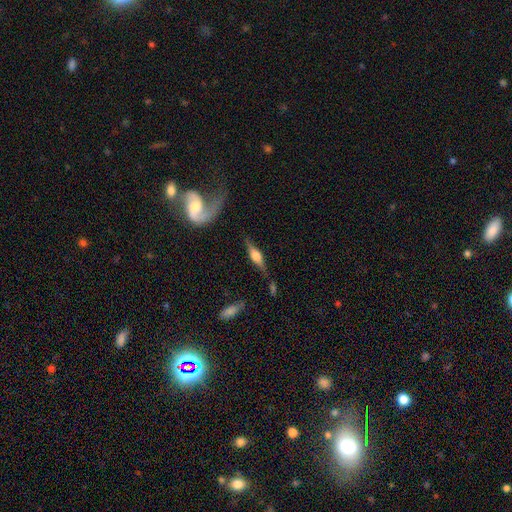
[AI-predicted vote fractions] Smooth or featured: featured or disk — 70% (smooth — 23%)
Edge-on disk: yes — 92% (no — 8%)
Edge-on bulge: rounded — 85% (boxy — 12%)
Merging: none — 73% (minor disturbance — 16%)